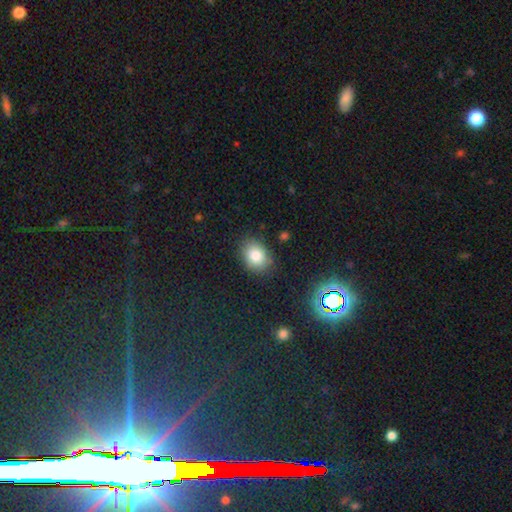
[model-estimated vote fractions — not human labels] A smooth galaxy with no disk features (83%) that is in between round and cigar-shaped (58%). Merging: none (82%).